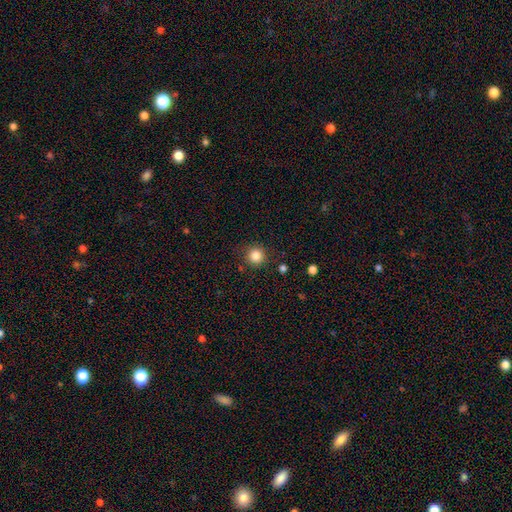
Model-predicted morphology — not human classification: A smooth galaxy with no disk features (85%) that is round (94%).

Vote fractions:
- Smooth or featured? smooth: 85% / star or artifact: 11% / featured or disk: 4%
- How rounded? round: 94% / in between: 5% / cigar-shaped: 1%
- Merging? none: 87% / minor disturbance: 8% / major disturbance: 3% / merger: 2%